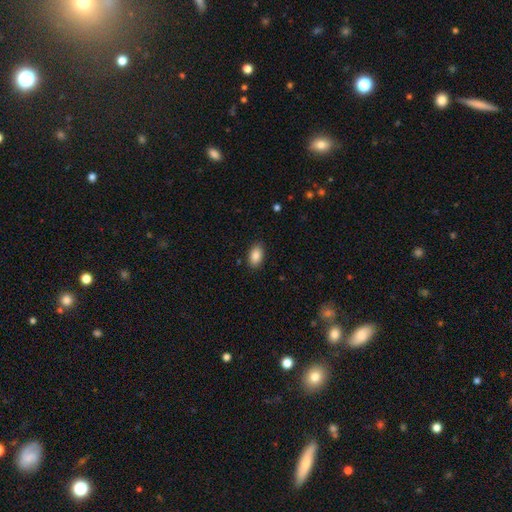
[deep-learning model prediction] Smooth or featured: smooth — 88% (star or artifact — 7%)
How rounded: in between — 91% (round — 8%)
Merging: none — 87% (minor disturbance — 9%)